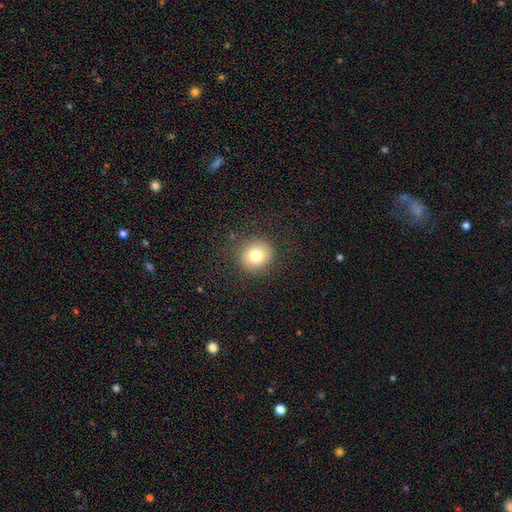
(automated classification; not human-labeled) The model was most divided on "smooth or featured": smooth: 78%, featured or disk: 12%, star or artifact: 11%. More confident: how rounded — round (90%); merging — none (87%).